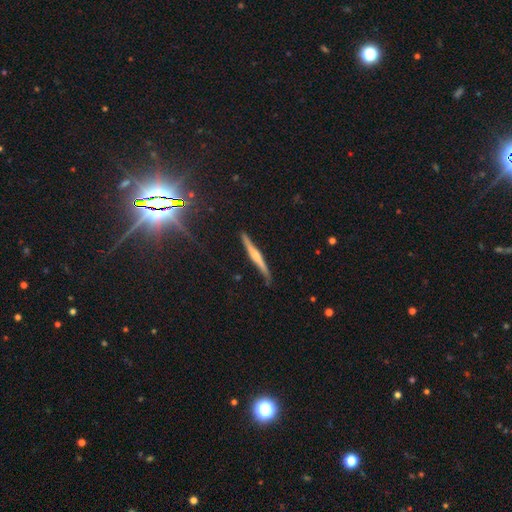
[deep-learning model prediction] smooth_or_featured: featured or disk (p=0.63) [alt: smooth p=0.31]
disk_edge_on: yes (p=0.96) [alt: no p=0.04]
edge_on_bulge: rounded (p=0.61) [alt: none p=0.23]
merging: none (p=0.84) [alt: minor disturbance p=0.12]